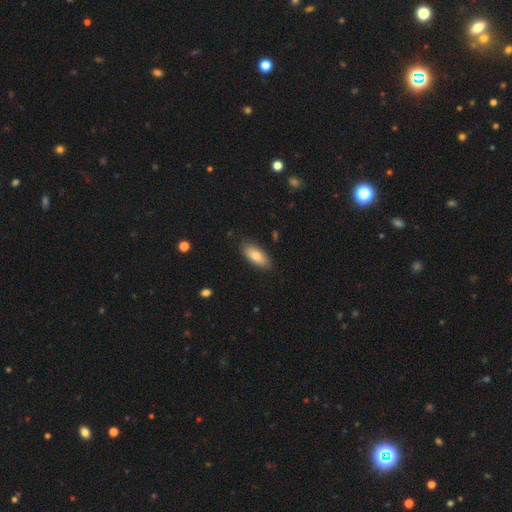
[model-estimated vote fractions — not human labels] Smooth or featured? smooth (77%)
How rounded? in between (86%)
Merging? none (86%)